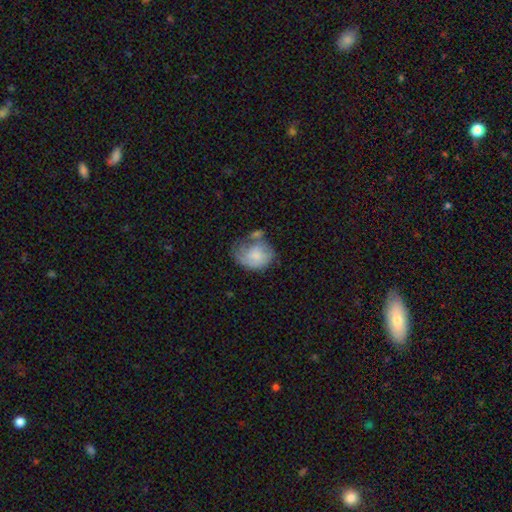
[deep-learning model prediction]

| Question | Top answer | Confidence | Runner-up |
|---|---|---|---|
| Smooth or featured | smooth | 57% | featured or disk (36%) |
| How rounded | round | 51% | in between (48%) |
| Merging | none | 28% | minor disturbance (27%) |